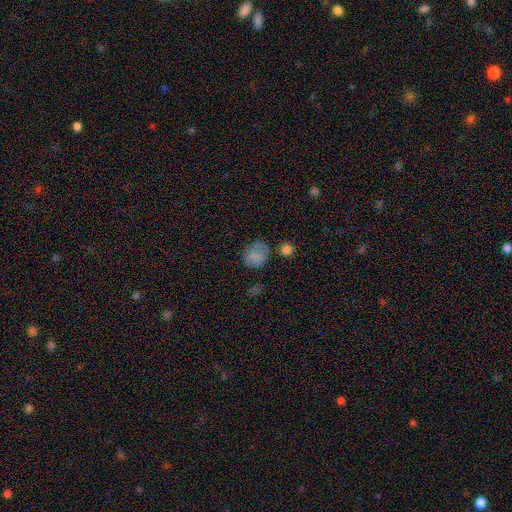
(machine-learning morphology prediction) A smooth galaxy with no disk features (76%) that is round (67%). Merging: none (64%).